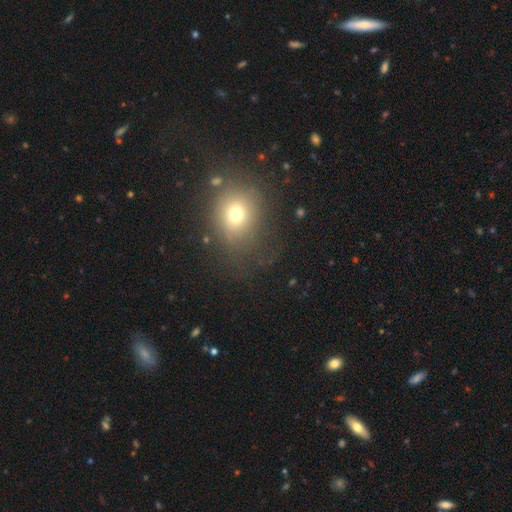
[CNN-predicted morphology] A smooth galaxy with no disk features (61%) that is round (62%).

Vote fractions:
- Smooth or featured? smooth: 61% / star or artifact: 27% / featured or disk: 12%
- How rounded? round: 62% / in between: 36% / cigar-shaped: 1%
- Merging? none: 79% / minor disturbance: 13% / major disturbance: 6% / merger: 2%